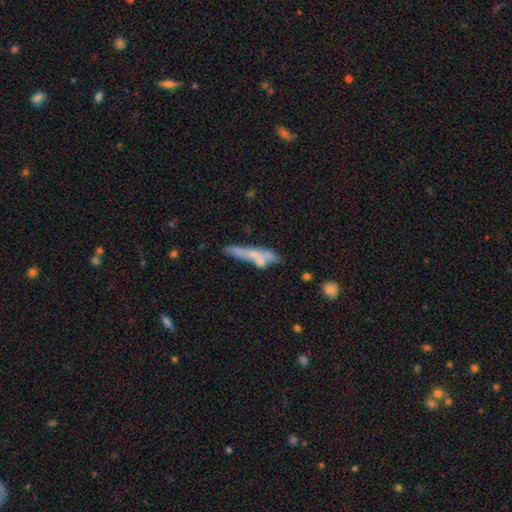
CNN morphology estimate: A smooth galaxy with no disk features (54%) that is cigar-shaped (86%). Merging: none (53%).